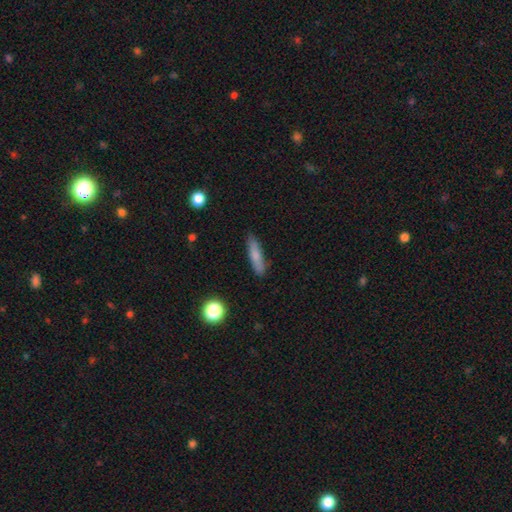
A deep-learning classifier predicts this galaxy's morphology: This is likely a smooth galaxy (75%). How rounded: clearly cigar-shaped (81%). Merging: clearly none (85%).